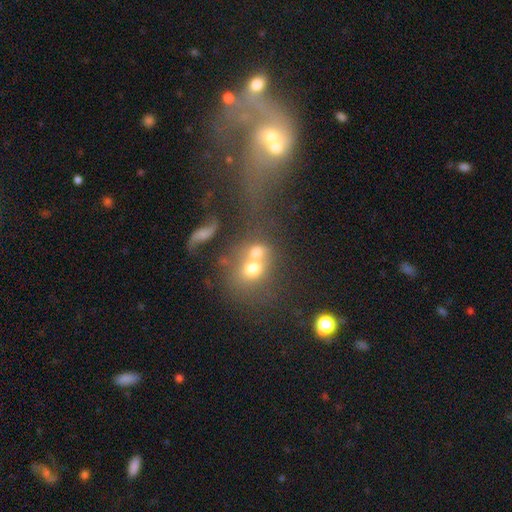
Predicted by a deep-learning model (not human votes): Smooth or featured? Predicted: smooth (p=0.58). How rounded? Predicted: round (p=0.67). Merging? Predicted: merger (p=0.56).